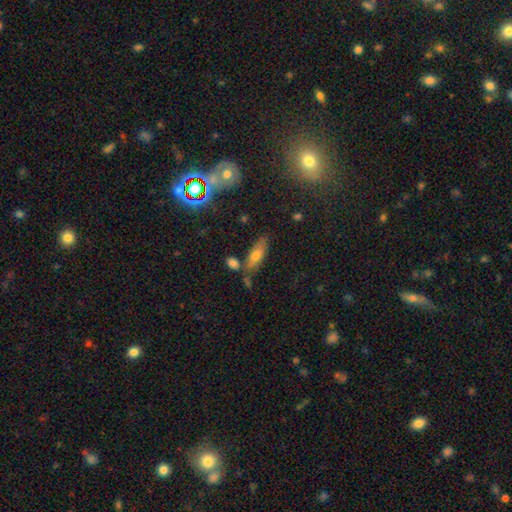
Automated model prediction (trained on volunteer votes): A smooth galaxy with no disk features (58%) that is in between round and cigar-shaped (53%).

Vote fractions:
- Smooth or featured? smooth: 58% / featured or disk: 27% / star or artifact: 15%
- How rounded? in between: 53% / cigar-shaped: 43% / round: 4%
- Merging? none: 67% / minor disturbance: 16% / merger: 13% / major disturbance: 5%